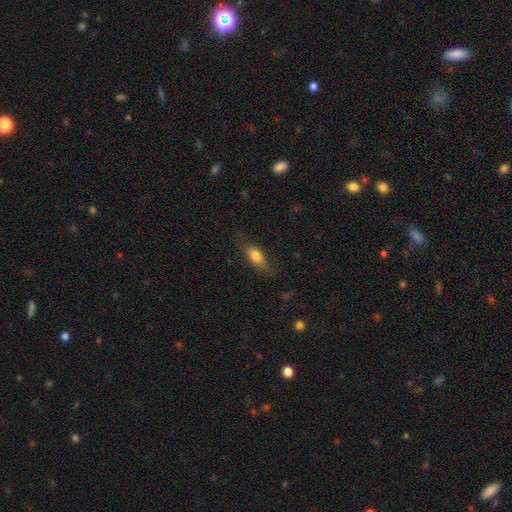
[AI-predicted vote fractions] This is likely a smooth galaxy (74%). How rounded: likely in between (73%). Merging: likely none (71%).